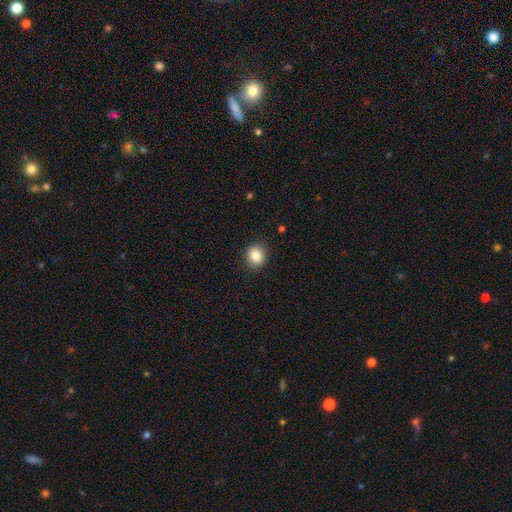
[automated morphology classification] A smooth galaxy with no disk features (86%) that is round (77%).

Vote fractions:
- Smooth or featured? smooth: 86% / star or artifact: 9% / featured or disk: 5%
- How rounded? round: 77% / in between: 22% / cigar-shaped: 1%
- Merging? none: 89% / minor disturbance: 8% / major disturbance: 2% / merger: 1%